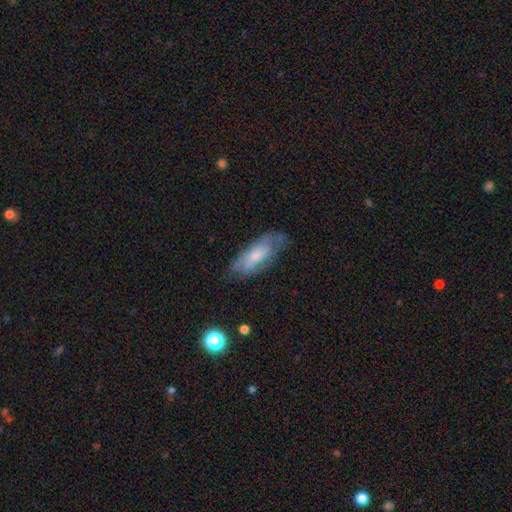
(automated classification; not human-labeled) This is possibly a smooth galaxy (57%). How rounded: likely in between (74%). Merging: likely none (62%).